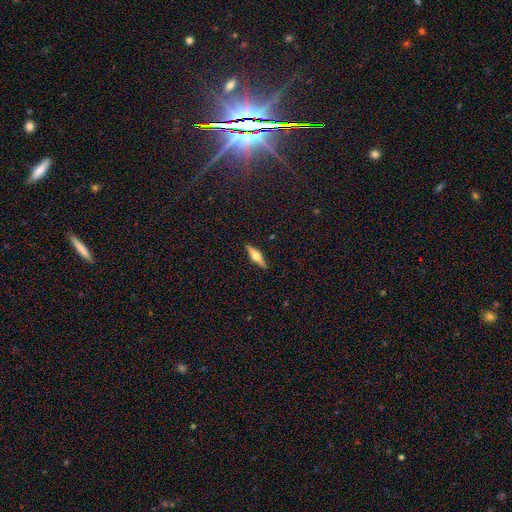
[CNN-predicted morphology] A featured or disk galaxy (65%) viewed edge-on (97%) with a rounded central bulge (92%).

Vote fractions:
- Smooth or featured? featured or disk: 65% / smooth: 29% / star or artifact: 6%
- Edge-on disk? yes: 97% / no: 3%
- Edge-on bulge? rounded: 92% / boxy: 6% / none: 2%
- Merging? none: 90% / minor disturbance: 7% / major disturbance: 2% / merger: 1%